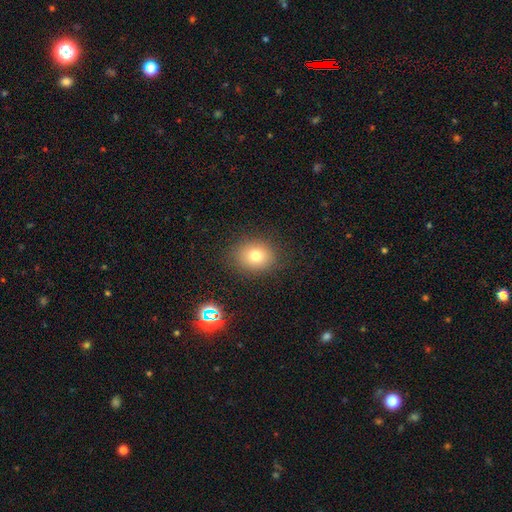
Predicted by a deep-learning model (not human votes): Morphology: type=smooth (76%); roundness=round (60%); merging=none (85%).